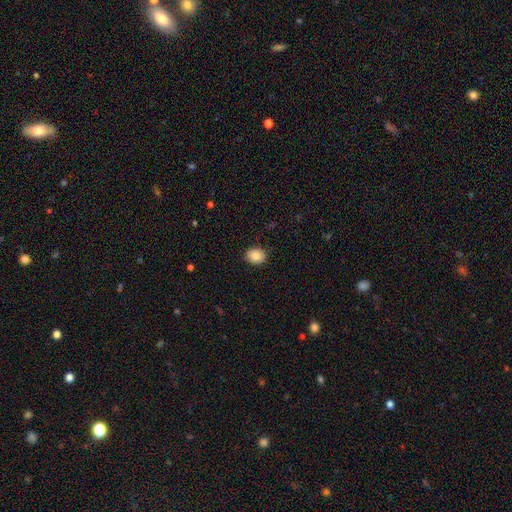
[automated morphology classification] The model was most divided on "how rounded": round: 55%, in between: 45%, cigar-shaped: 1%. More confident: smooth or featured — smooth (88%); merging — none (88%).